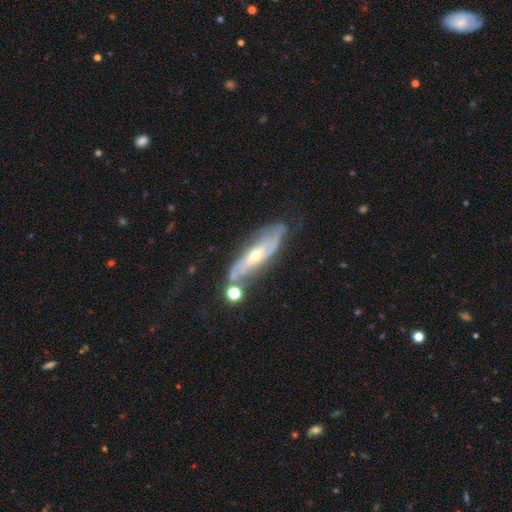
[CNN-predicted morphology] This appears to be a featured or disk galaxy (77%) with no bar (55%), spiral arms (80%) and a moderate central bulge (61%). Merging: none (59%).